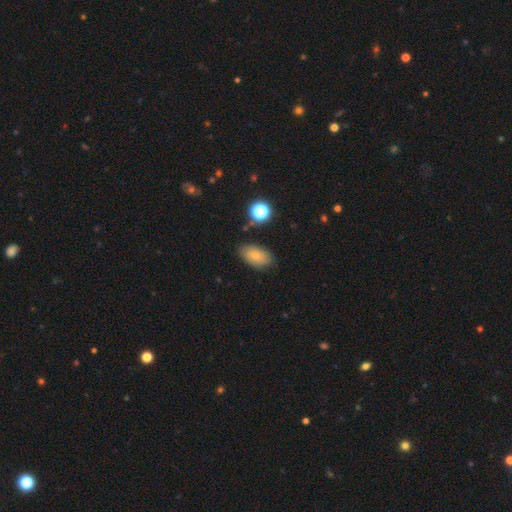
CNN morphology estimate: A smooth galaxy with no disk features (76%) that is in between round and cigar-shaped (91%).

Vote fractions:
- Smooth or featured? smooth: 76% / featured or disk: 14% / star or artifact: 9%
- How rounded? in between: 91% / round: 7% / cigar-shaped: 2%
- Merging? none: 80% / minor disturbance: 15% / major disturbance: 3% / merger: 2%